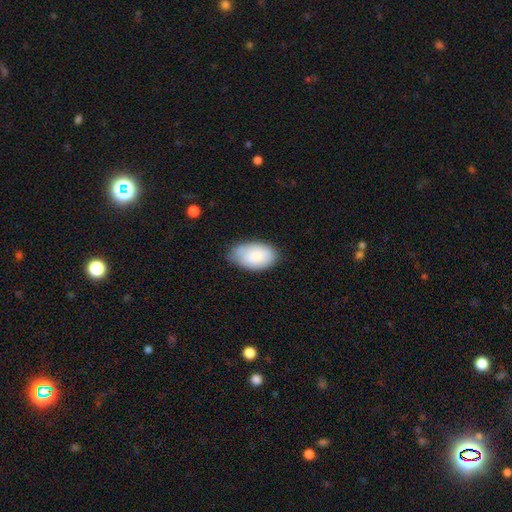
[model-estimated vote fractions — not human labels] Smooth or featured?
  - smooth: 82% *
  - featured or disk: 12%
  - star or artifact: 6%
How rounded?
  - in between: 94% *
  - round: 5%
  - cigar-shaped: 1%
Merging?
  - none: 63% *
  - minor disturbance: 29%
  - major disturbance: 6%
  - merger: 2%